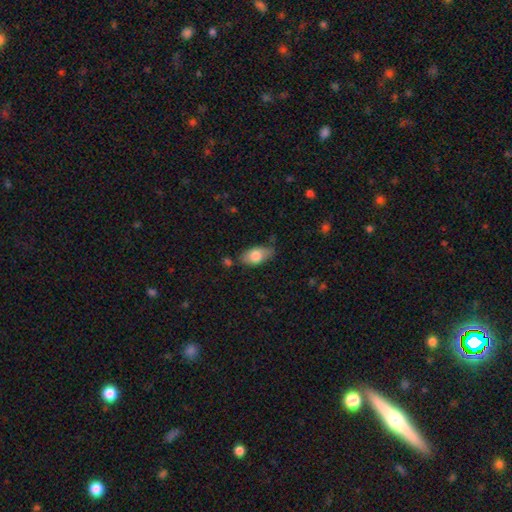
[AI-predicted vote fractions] A smooth galaxy with no disk features (76%) that is in between round and cigar-shaped (92%). Merging: none (70%).